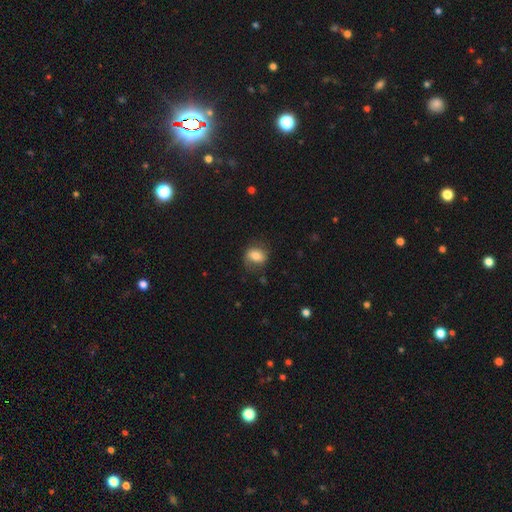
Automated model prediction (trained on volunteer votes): smooth-or-featured: smooth: 75% | featured or disk: 17% | star or artifact: 9%
  how-rounded: in between: 59% | round: 39% | cigar-shaped: 2%
  merging: none: 70% | minor disturbance: 21% | major disturbance: 8% | merger: 1%